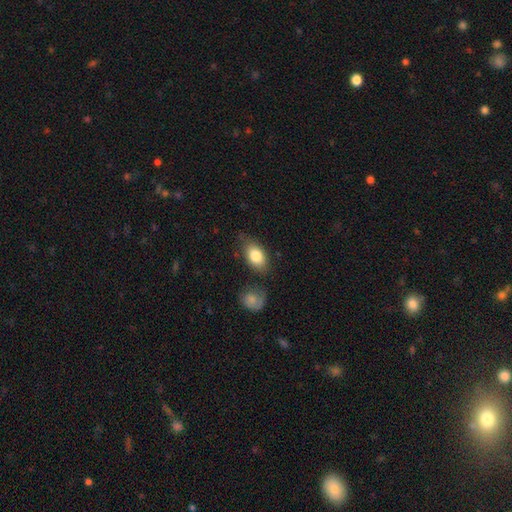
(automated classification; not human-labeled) Q: Smooth or featured?
A: smooth (82%); runner-up: featured or disk (11%)
Q: How rounded?
A: in between (88%); runner-up: round (9%)
Q: Merging?
A: none (71%); runner-up: minor disturbance (18%)